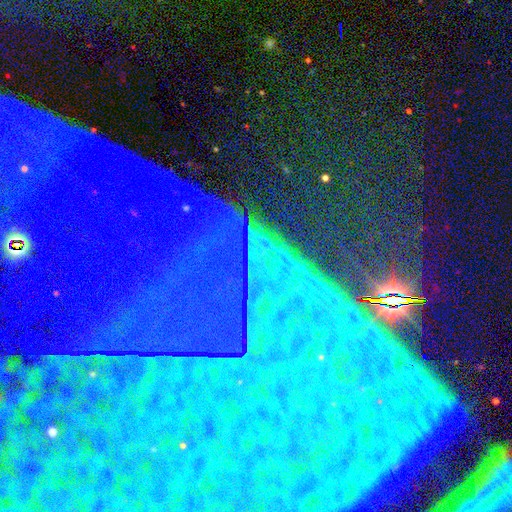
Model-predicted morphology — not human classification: Smooth or featured?
  - star or artifact: 87% *
  - featured or disk: 7%
  - smooth: 6%